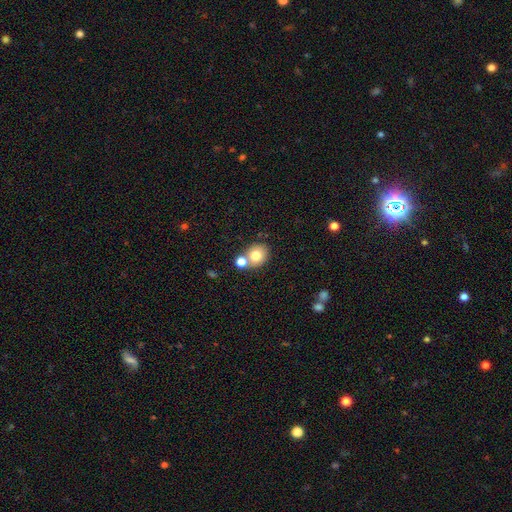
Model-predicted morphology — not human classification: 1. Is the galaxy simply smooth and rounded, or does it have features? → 75% smooth, 14% featured or disk, 11% star or artifact.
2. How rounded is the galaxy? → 68% round, 31% in between, 1% cigar-shaped.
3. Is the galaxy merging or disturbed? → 58% none, 29% merger, 9% minor disturbance, 3% major disturbance.